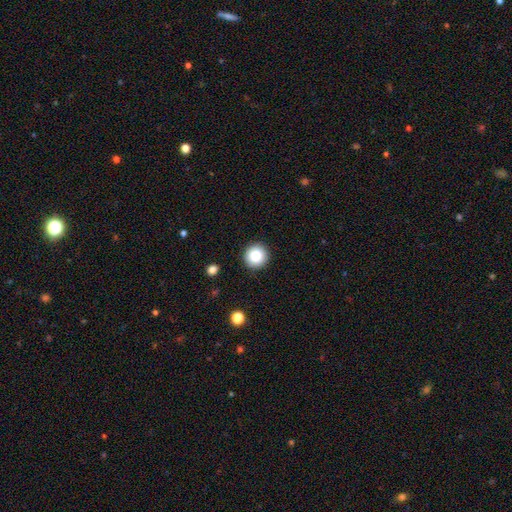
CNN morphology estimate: smooth 86%, star or artifact 9%, featured or disk 5%. Down the decision tree: how rounded — round (95%); merging — none (92%).